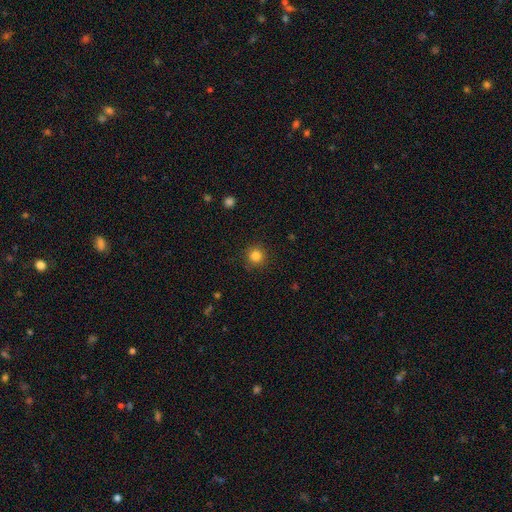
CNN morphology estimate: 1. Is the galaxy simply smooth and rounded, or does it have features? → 83% smooth, 12% star or artifact, 5% featured or disk.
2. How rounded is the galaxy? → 94% round, 5% in between, 1% cigar-shaped.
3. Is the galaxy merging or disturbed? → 90% none, 7% minor disturbance, 2% major disturbance, 1% merger.